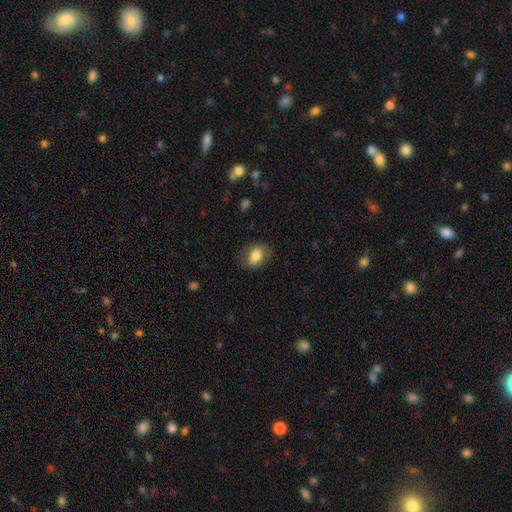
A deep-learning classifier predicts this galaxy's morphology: This is clearly a smooth galaxy (80%). How rounded: clearly in between (80%). Merging: likely none (79%).